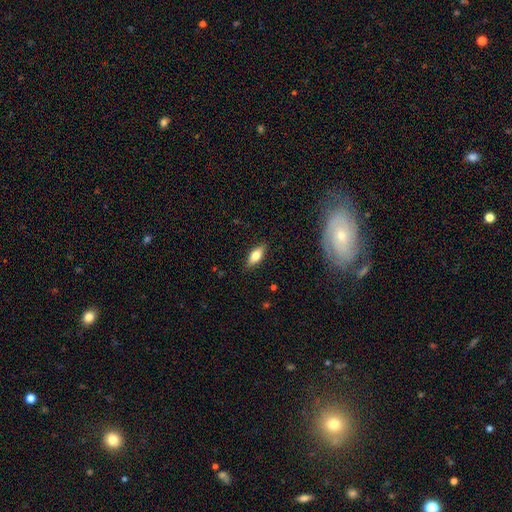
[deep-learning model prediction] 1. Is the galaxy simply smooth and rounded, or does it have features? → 68% smooth, 25% featured or disk, 7% star or artifact.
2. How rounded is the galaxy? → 76% in between, 21% cigar-shaped, 3% round.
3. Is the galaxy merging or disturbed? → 86% none, 10% minor disturbance, 2% major disturbance, 1% merger.